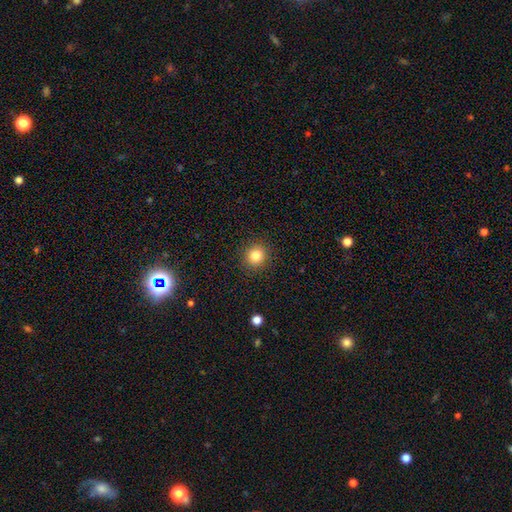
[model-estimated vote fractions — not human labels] A smooth galaxy with no disk features (83%) that is round (88%).

Vote fractions:
- Smooth or featured? smooth: 83% / star or artifact: 11% / featured or disk: 6%
- How rounded? round: 88% / in between: 11% / cigar-shaped: 1%
- Merging? none: 91% / minor disturbance: 6% / major disturbance: 2% / merger: 1%